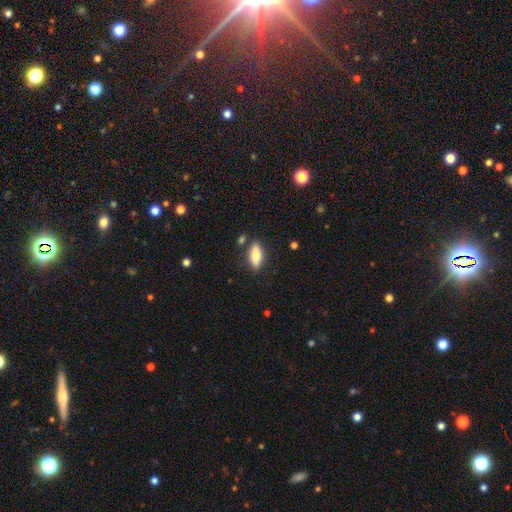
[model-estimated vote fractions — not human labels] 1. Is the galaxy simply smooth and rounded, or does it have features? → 78% smooth, 16% featured or disk, 7% star or artifact.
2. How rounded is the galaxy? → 69% in between, 28% cigar-shaped, 3% round.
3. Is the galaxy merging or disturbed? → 82% none, 11% minor disturbance, 4% merger, 3% major disturbance.